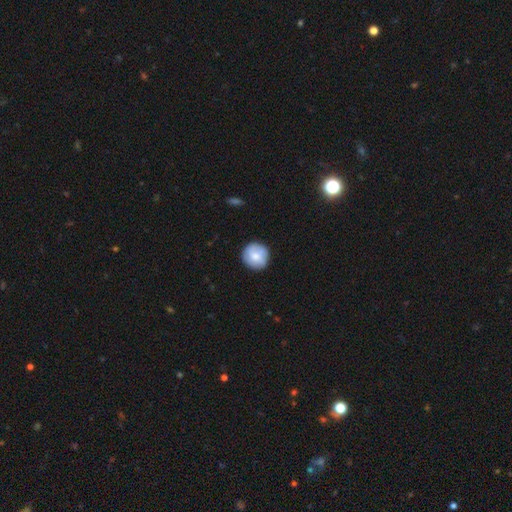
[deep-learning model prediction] Smooth or featured? smooth (73%)
How rounded? round (94%)
Merging? none (86%)